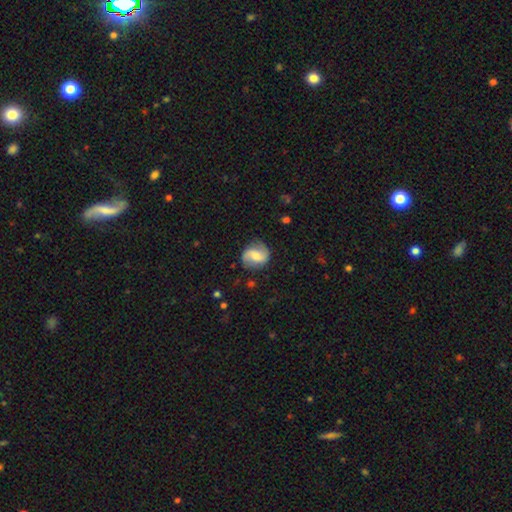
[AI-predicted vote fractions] This is likely a featured or disk galaxy (65%). It is clearly not viewed edge-on (98%). Bar: possibly weak (46%). Spiral arm pattern: clearly yes (92%). Spiral arm count: clearly 2 (90%). Spiral winding: possibly loose (47%). Central bulge: possibly moderate (48%). Merging: likely none (79%).